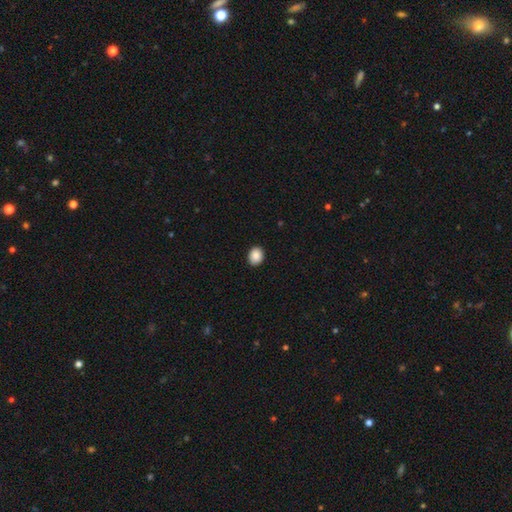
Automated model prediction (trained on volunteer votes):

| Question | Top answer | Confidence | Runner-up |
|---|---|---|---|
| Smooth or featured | smooth | 89% | star or artifact (8%) |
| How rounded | round | 50% | in between (49%) |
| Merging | none | 91% | minor disturbance (6%) |